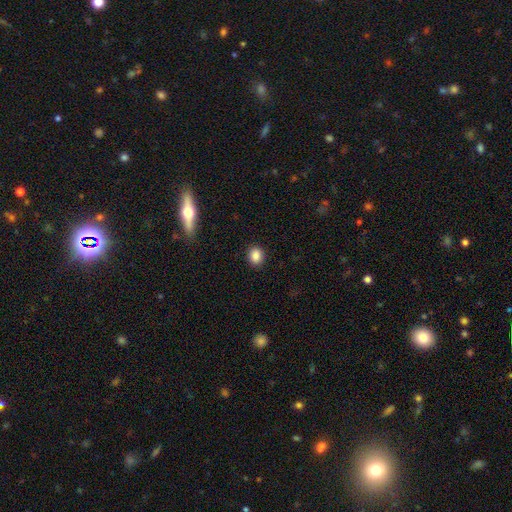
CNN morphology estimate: Smooth or featured?
  - smooth: 87% *
  - star or artifact: 9%
  - featured or disk: 4%
How rounded?
  - round: 65% *
  - in between: 33%
  - cigar-shaped: 2%
Merging?
  - none: 90% *
  - minor disturbance: 7%
  - major disturbance: 2%
  - merger: 1%